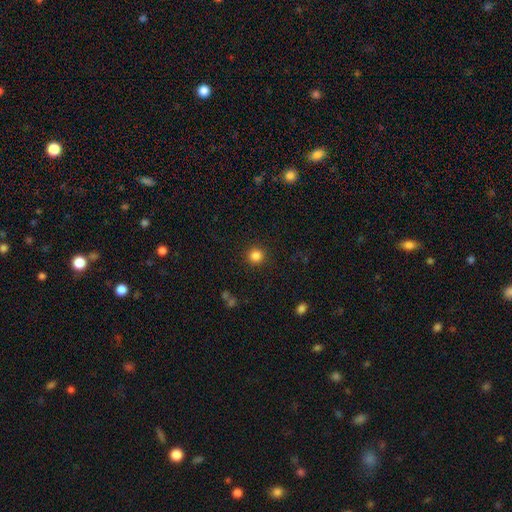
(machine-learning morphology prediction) Smooth or featured?
  - smooth: 85% *
  - star or artifact: 12%
  - featured or disk: 4%
How rounded?
  - round: 93% *
  - in between: 6%
  - cigar-shaped: 1%
Merging?
  - none: 91% *
  - minor disturbance: 5%
  - major disturbance: 2%
  - merger: 1%